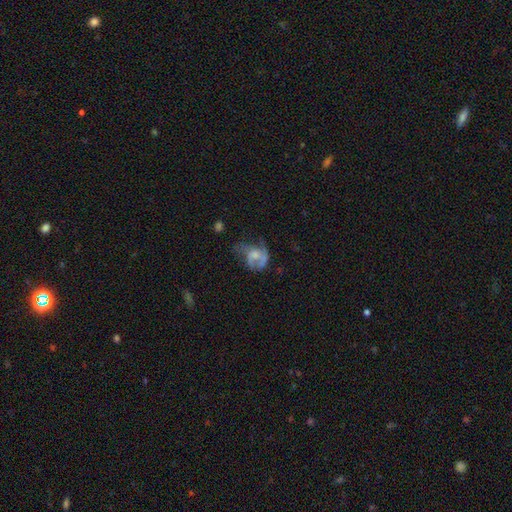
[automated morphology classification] smooth_or_featured: featured or disk (p=0.52) [alt: smooth p=0.38]
disk_edge_on: no (p=0.98) [alt: yes p=0.02]
bar: no (p=0.82) [alt: weak p=0.15]
has_spiral_arms: no (p=0.59) [alt: yes p=0.41]
bulge_size: moderate (p=0.38) [alt: none p=0.25]
merging: major disturbance (p=0.48) [alt: none p=0.24]